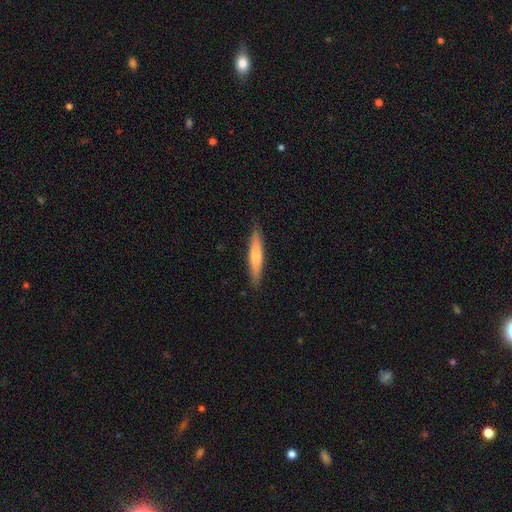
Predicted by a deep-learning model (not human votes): Smooth or featured?
  - smooth: 62% *
  - featured or disk: 32%
  - star or artifact: 5%
How rounded?
  - cigar-shaped: 88% *
  - in between: 10%
  - round: 1%
Merging?
  - none: 88% *
  - minor disturbance: 9%
  - major disturbance: 2%
  - merger: 1%